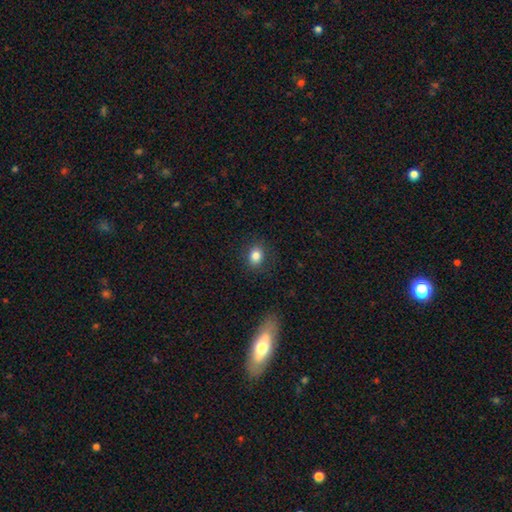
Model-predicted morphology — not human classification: smooth-or-featured: smooth: 84% | star or artifact: 10% | featured or disk: 6%
  how-rounded: round: 52% | in between: 47% | cigar-shaped: 1%
  merging: none: 87% | minor disturbance: 9% | major disturbance: 3% | merger: 1%